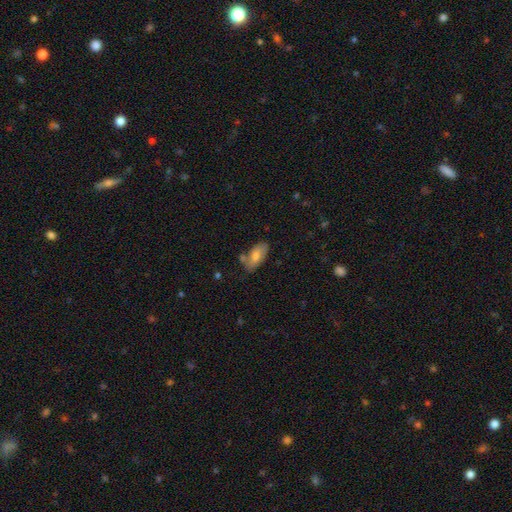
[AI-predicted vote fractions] A smooth galaxy with no disk features (71%) that is in between round and cigar-shaped (89%).

Vote fractions:
- Smooth or featured? smooth: 71% / featured or disk: 22% / star or artifact: 7%
- How rounded? in between: 89% / cigar-shaped: 8% / round: 3%
- Merging? none: 65% / minor disturbance: 19% / merger: 11% / major disturbance: 5%